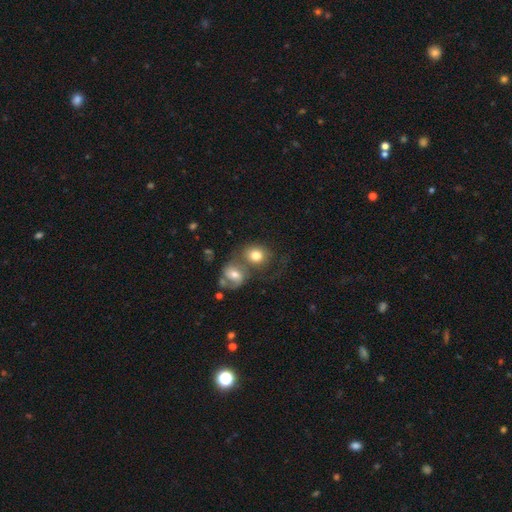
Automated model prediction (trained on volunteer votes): Morphology: type=smooth (72%); roundness=round (70%); merging=merger (51%).